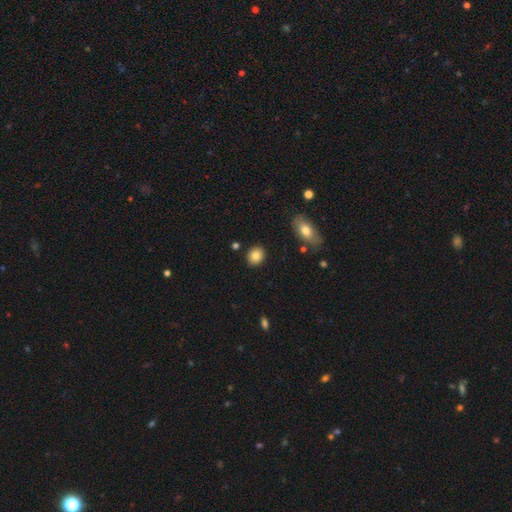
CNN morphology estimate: Smooth or featured? Predicted: smooth (p=0.84). How rounded? Predicted: round (p=0.64). Merging? Predicted: none (p=0.89).